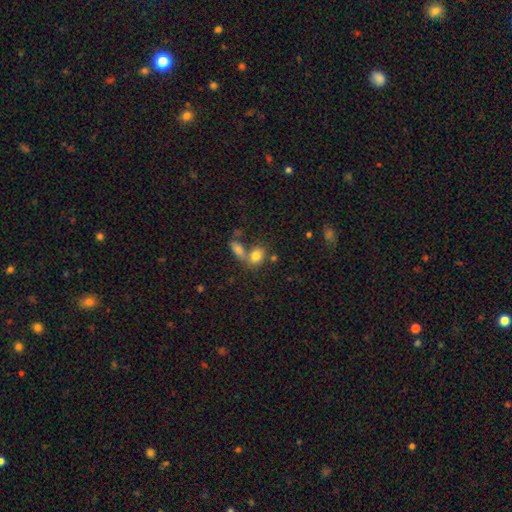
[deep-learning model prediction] Smooth or featured? smooth (79%)
How rounded? in between (63%)
Merging? none (44%)